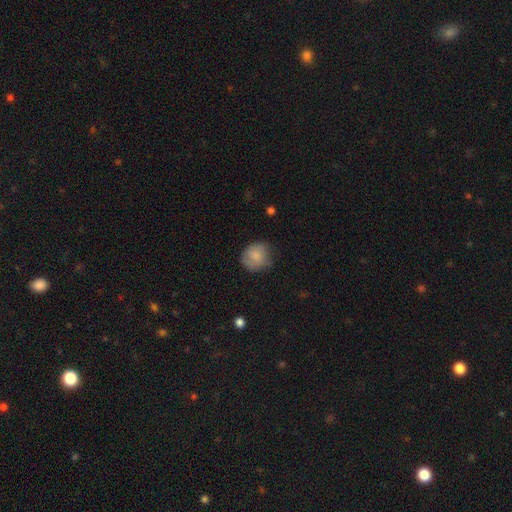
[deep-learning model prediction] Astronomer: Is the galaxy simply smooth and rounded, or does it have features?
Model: smooth — 77%.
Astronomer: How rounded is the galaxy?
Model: round — 79%.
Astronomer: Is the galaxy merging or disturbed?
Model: none — 63%.